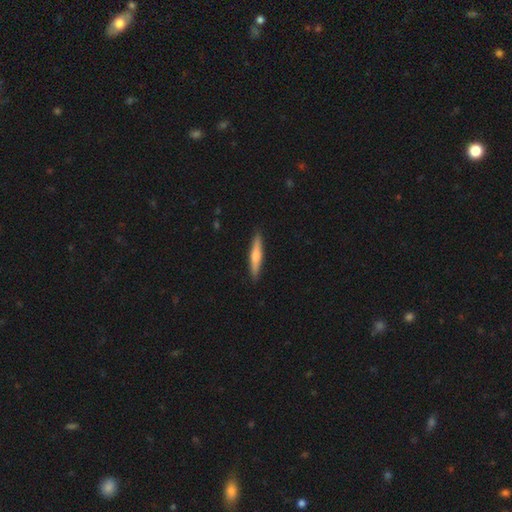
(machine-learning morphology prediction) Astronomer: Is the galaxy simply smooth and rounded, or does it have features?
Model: smooth — 59% (runner-up: featured or disk, 36%).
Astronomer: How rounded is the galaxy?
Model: cigar-shaped — 89%.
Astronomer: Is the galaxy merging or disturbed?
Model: none — 90%.